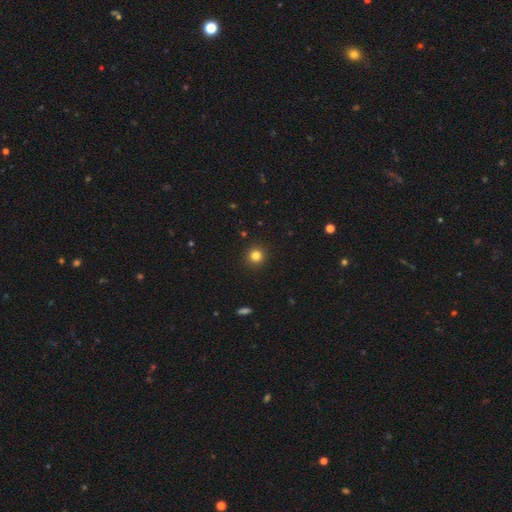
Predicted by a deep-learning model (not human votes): smooth-or-featured: smooth: 82% | star or artifact: 13% | featured or disk: 5%
  how-rounded: round: 94% | in between: 5% | cigar-shaped: 1%
  merging: none: 92% | minor disturbance: 5% | major disturbance: 2% | merger: 1%